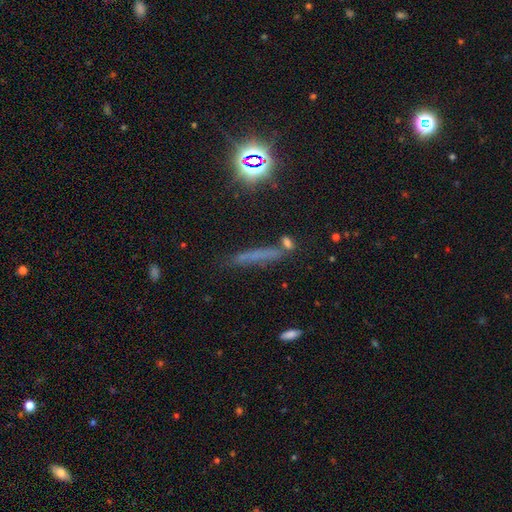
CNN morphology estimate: smooth 49%, star or artifact 27%, featured or disk 25%. Down the decision tree: merging — none (67%).